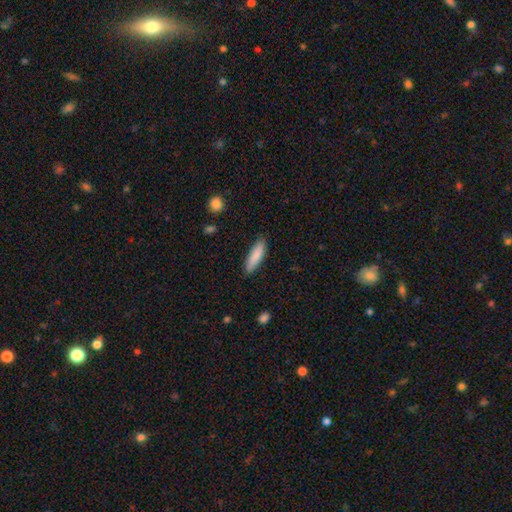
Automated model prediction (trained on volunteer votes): This appears to be a smooth galaxy with no disk features (86%) that is cigar-shaped (62%). Merging: none (86%).